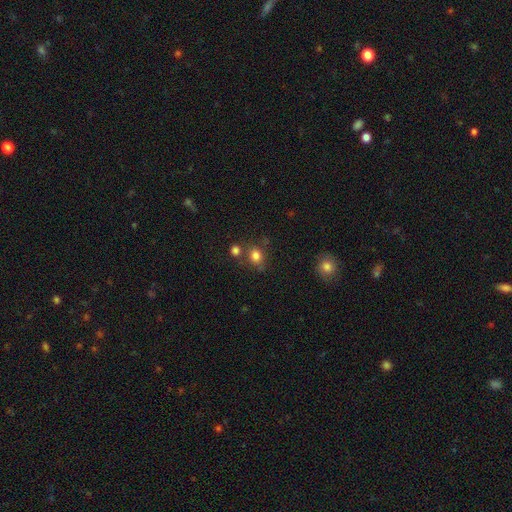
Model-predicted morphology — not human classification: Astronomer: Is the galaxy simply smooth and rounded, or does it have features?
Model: smooth — 79%.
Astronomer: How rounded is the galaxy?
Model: round — 64%.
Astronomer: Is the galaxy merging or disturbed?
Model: none — 64%.